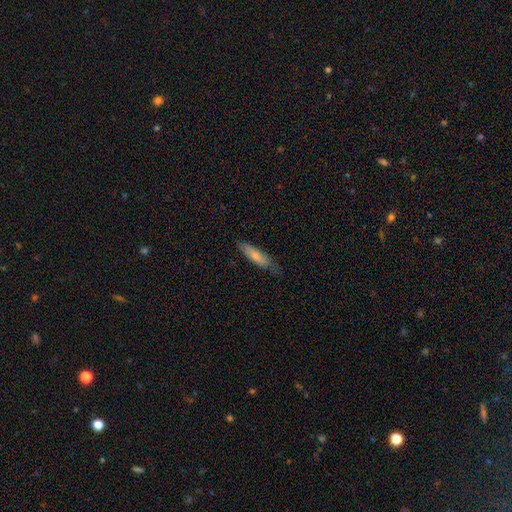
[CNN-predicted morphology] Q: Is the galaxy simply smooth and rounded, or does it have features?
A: smooth — 75%.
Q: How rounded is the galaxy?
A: cigar-shaped — 65%.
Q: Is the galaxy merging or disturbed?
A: none — 72%.